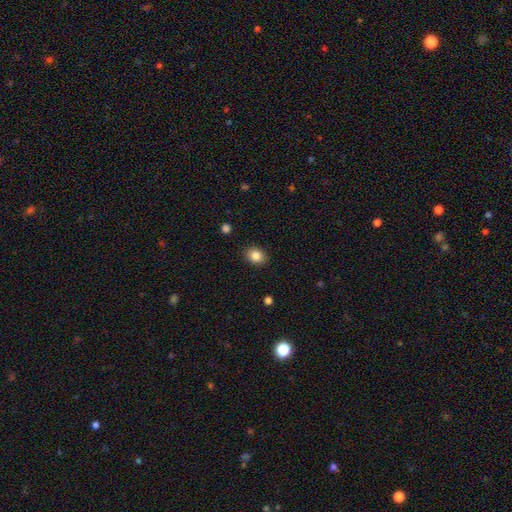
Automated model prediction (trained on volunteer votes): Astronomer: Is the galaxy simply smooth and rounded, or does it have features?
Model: smooth — 84%.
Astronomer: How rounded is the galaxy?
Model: round — 51% (runner-up: in between, 49%).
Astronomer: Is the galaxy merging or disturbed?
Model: none — 89%.